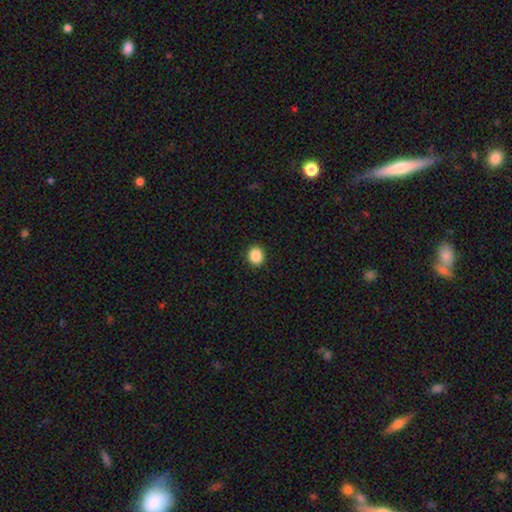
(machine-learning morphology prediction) Smooth or featured: smooth — 88% (star or artifact — 9%)
How rounded: round — 81% (in between — 18%)
Merging: none — 92% (minor disturbance — 5%)